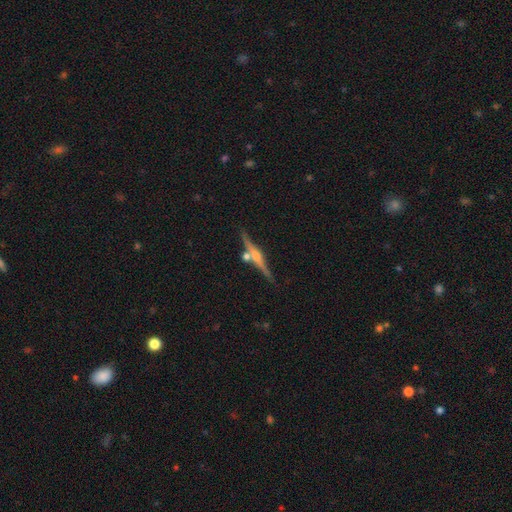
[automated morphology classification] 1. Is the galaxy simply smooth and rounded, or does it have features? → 78% featured or disk, 15% smooth, 7% star or artifact.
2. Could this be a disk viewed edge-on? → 97% yes, 3% no.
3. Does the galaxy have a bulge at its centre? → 87% rounded, 7% boxy, 6% none.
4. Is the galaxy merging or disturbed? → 78% none, 10% merger, 9% minor disturbance, 2% major disturbance.